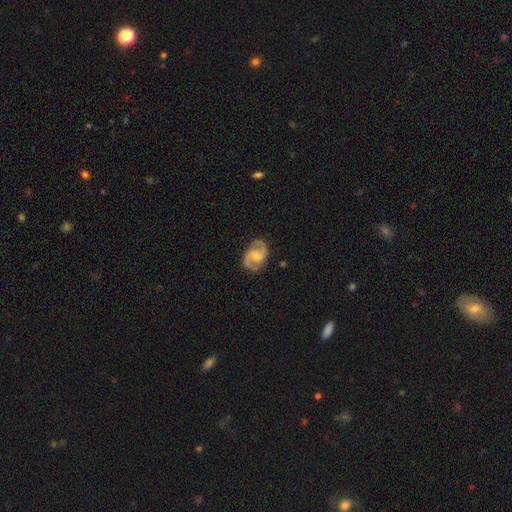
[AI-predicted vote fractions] The model was most divided on "bar": weak: 46%, no: 43%, strong: 11%. Remaining: edge-on disk — no (98%); spiral arms — yes (98%); spiral arm count — 2 (94%); smooth or featured — featured or disk (89%); merging — none (83%); spiral winding — medium (60%); bulge size — small (49%).